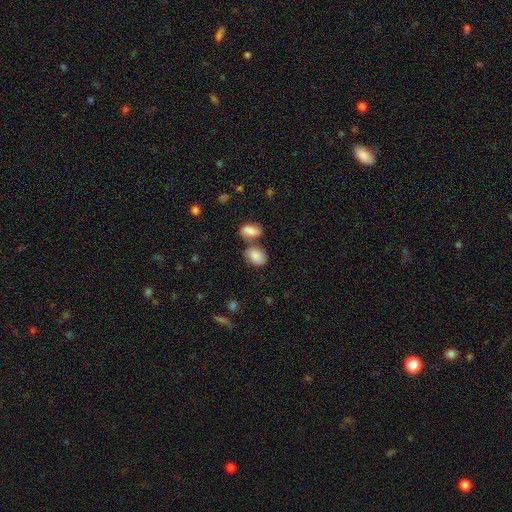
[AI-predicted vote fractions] Smooth or featured: smooth — 85% (featured or disk — 8%)
How rounded: in between — 78% (round — 21%)
Merging: none — 46% (merger — 35%)